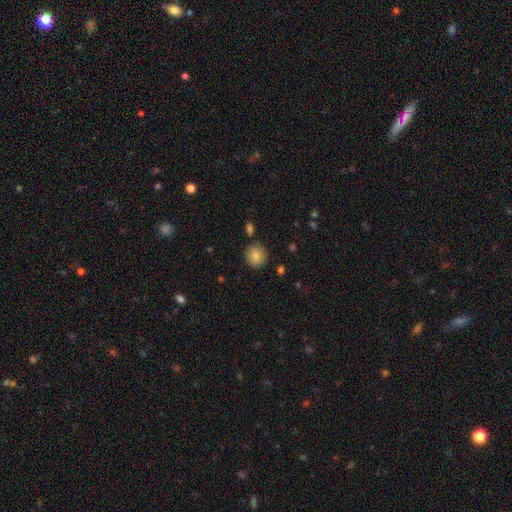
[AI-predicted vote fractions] Morphology: type=smooth (84%); roundness=round (92%); merging=none (86%).